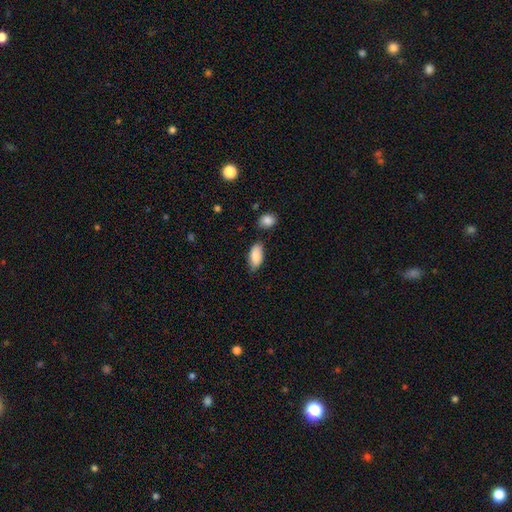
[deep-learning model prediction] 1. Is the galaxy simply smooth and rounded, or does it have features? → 86% smooth, 8% featured or disk, 6% star or artifact.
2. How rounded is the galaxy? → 92% in between, 6% cigar-shaped, 3% round.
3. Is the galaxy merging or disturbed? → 72% none, 19% minor disturbance, 5% merger, 4% major disturbance.